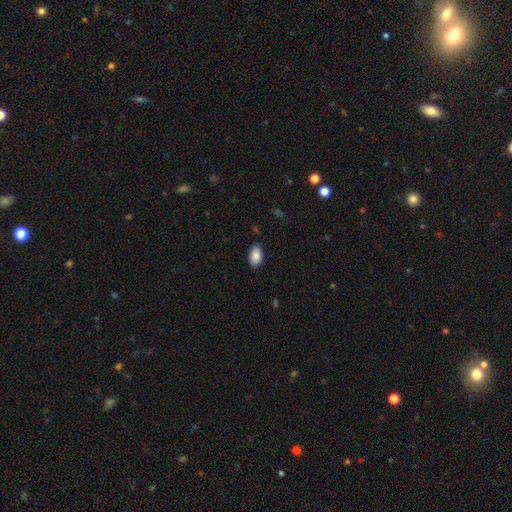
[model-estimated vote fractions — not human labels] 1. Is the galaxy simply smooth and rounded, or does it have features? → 86% smooth, 7% star or artifact, 7% featured or disk.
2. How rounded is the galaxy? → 92% in between, 7% round, 1% cigar-shaped.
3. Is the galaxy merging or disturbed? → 87% none, 10% minor disturbance, 2% major disturbance, 1% merger.